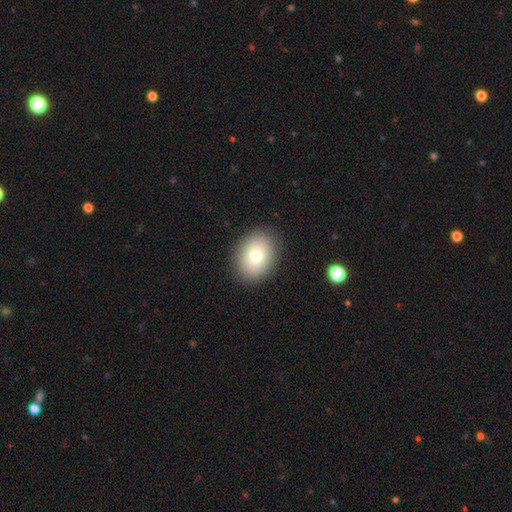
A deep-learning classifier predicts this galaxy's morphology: smooth 77%, featured or disk 13%, star or artifact 10%. Down the decision tree: how rounded — in between (61%); merging — none (88%).